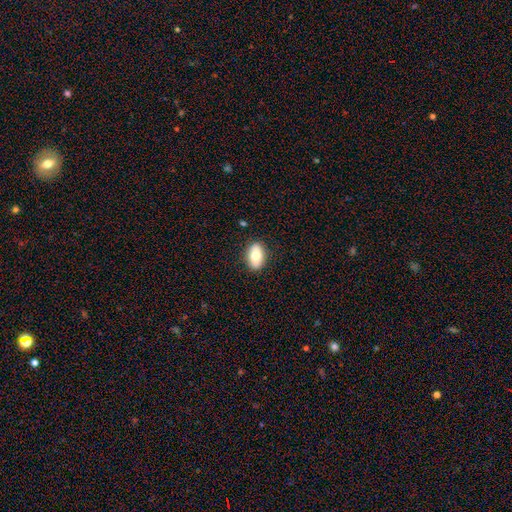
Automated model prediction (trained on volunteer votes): This is likely a smooth galaxy (72%). How rounded: clearly in between (89%). Merging: clearly none (87%).